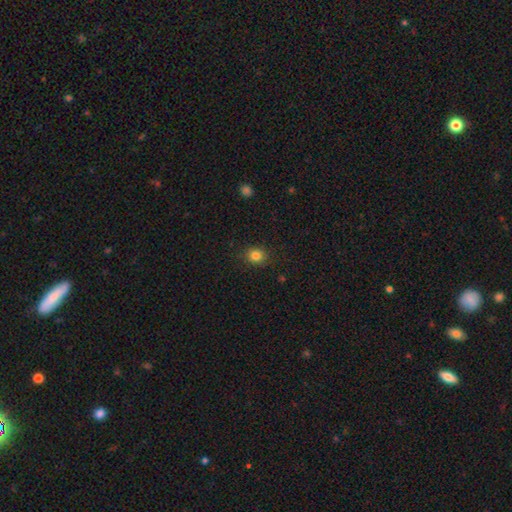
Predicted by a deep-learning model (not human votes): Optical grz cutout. It shows a smooth galaxy with no disk features (83%) that is round (73%). Merging: none (88%).